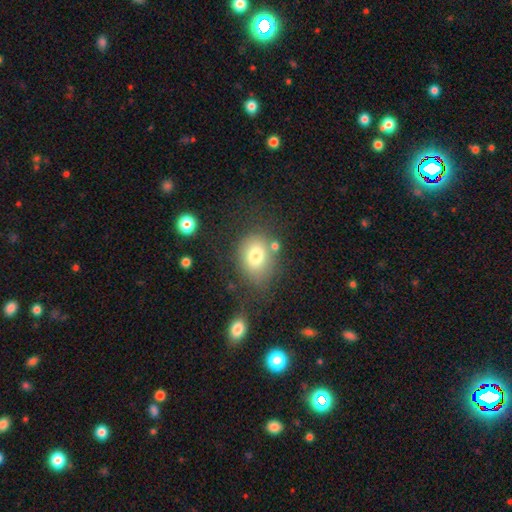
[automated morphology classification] Overall: smooth (76%). How rounded: in between (53%; round 46%). Merging: none (64%).